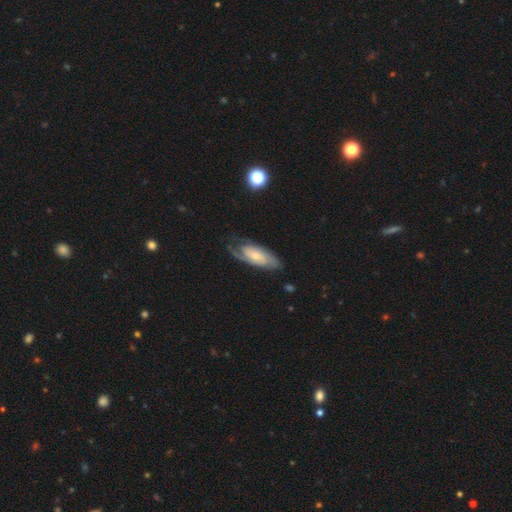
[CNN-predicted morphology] Smooth or featured?
  - featured or disk: 71% *
  - smooth: 24%
  - star or artifact: 5%
Edge-on disk?
  - no: 90% *
  - yes: 10%
Bar?
  - no: 62% *
  - weak: 30%
  - strong: 8%
Spiral arms?
  - yes: 90% *
  - no: 10%
Spiral winding?
  - tight: 49% *
  - medium: 36%
  - loose: 15%
Spiral arm count?
  - 2: 48% *
  - can't tell: 27%
  - 1: 15%
  - 3: 6%
  - 4: 2%
  - more than 4: 2%
Bulge size?
  - small: 57% *
  - moderate: 35%
  - large: 3%
  - none: 3%
  - dominant: 1%
Merging?
  - none: 62% *
  - minor disturbance: 23%
  - major disturbance: 13%
  - merger: 2%